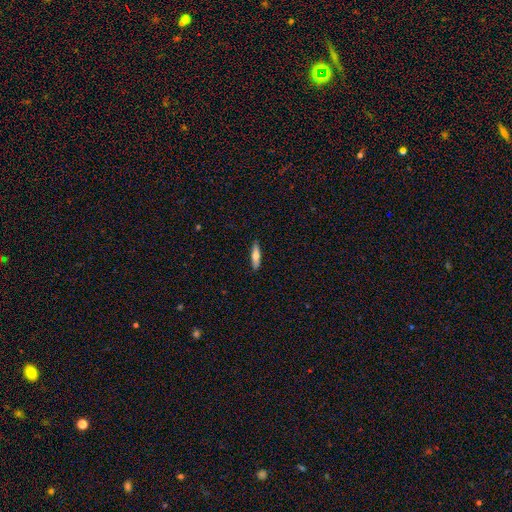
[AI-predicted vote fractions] Morphology: type=smooth (67%); roundness=cigar-shaped (73%); merging=none (90%).